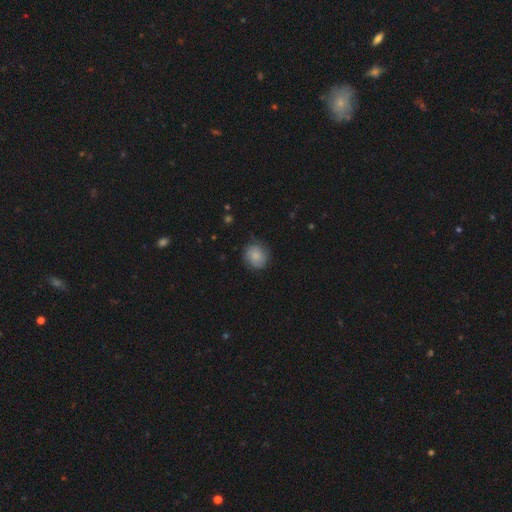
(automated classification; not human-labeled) Smooth or featured? smooth (77%)
How rounded? round (82%)
Merging? none (74%)